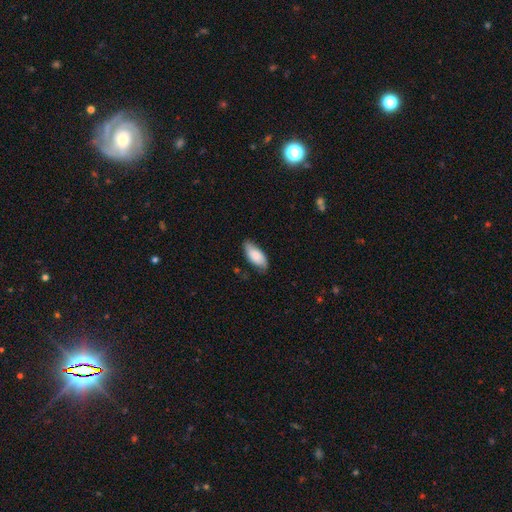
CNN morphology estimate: smooth 81%, featured or disk 13%, star or artifact 6%. Down the decision tree: how rounded — in between (89%); merging — none (73%).